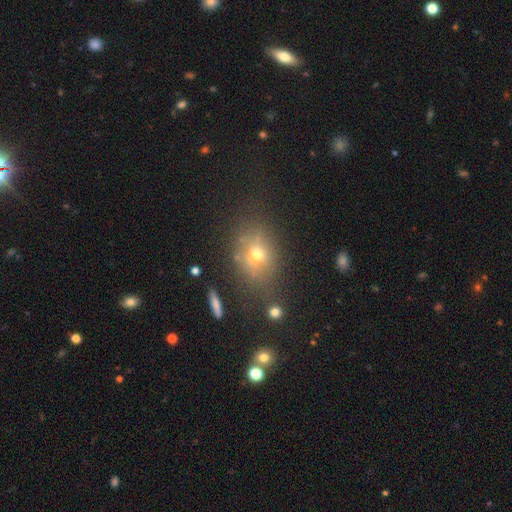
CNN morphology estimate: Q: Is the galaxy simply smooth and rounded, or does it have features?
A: smooth — 59%.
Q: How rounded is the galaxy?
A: in between — 54%.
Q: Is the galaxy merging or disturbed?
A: none — 72%.